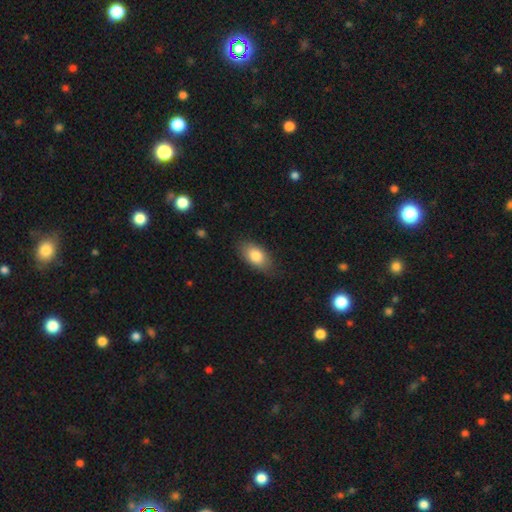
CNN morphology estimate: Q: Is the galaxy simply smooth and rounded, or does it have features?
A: smooth — 82%.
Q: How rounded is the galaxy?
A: in between — 91%.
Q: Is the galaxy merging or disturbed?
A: none — 79%.